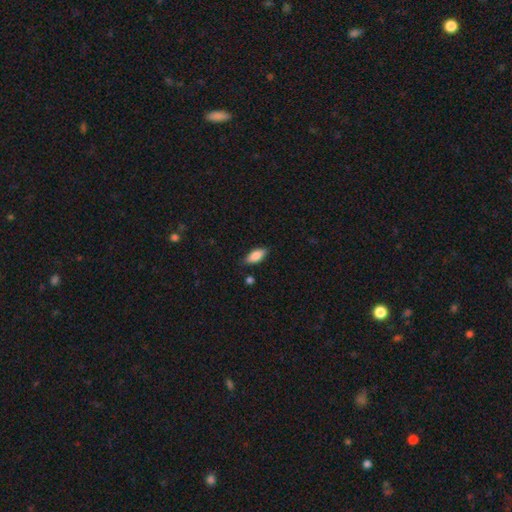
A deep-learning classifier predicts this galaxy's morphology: This appears to be a smooth galaxy with no disk features (84%) that is in between round and cigar-shaped (85%). Merging: none (83%).